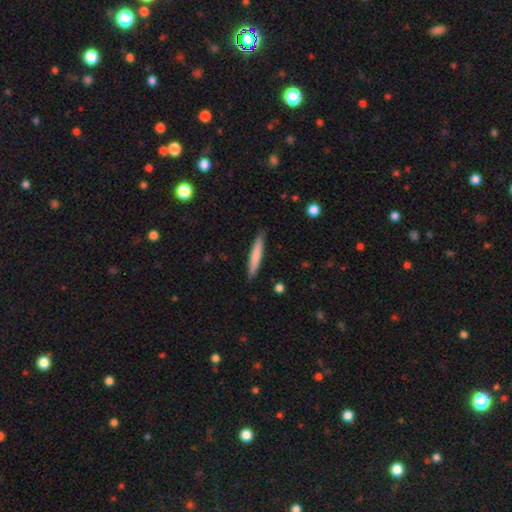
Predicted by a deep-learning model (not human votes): This appears to be a smooth galaxy with no disk features (74%) that is cigar-shaped (94%). Merging: none (89%).